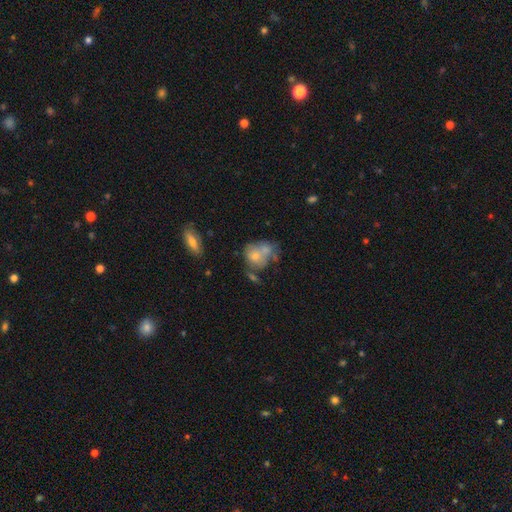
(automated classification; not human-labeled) Smooth or featured? smooth (55%)
How rounded? round (56%)
Merging? merger (39%)